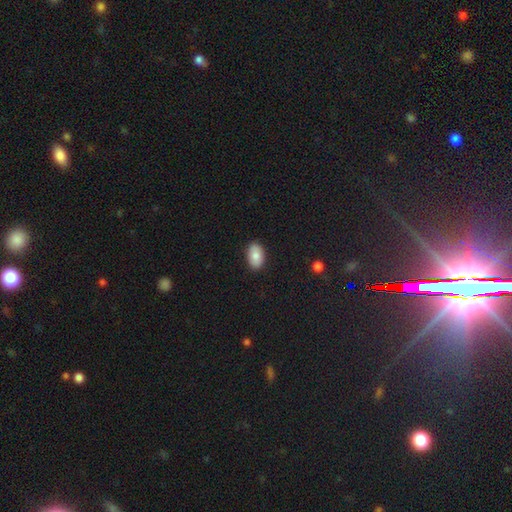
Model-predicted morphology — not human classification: type=smooth (85%); roundness=in between (93%); merging=none (88%).